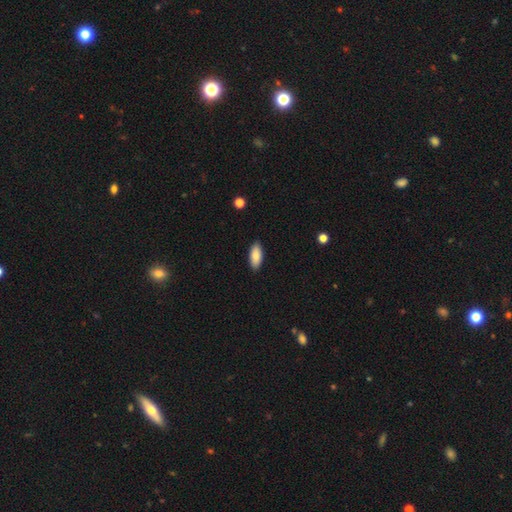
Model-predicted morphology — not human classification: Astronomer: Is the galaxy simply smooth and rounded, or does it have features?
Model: smooth — 85%.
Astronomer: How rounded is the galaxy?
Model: in between — 86%.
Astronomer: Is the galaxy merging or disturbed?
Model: none — 89%.